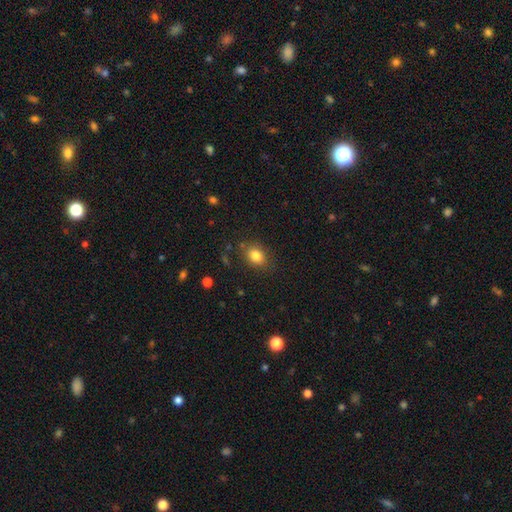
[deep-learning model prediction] A smooth galaxy with no disk features (83%) that is in between round and cigar-shaped (62%). Merging: none (81%).